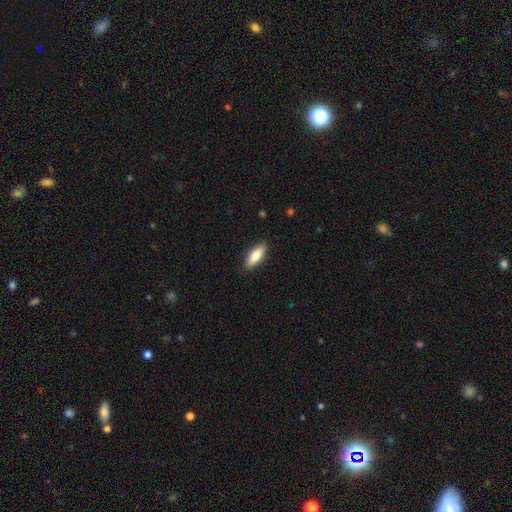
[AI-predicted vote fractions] Morphology: type=smooth (81%); roundness=in between (63%); merging=none (88%).